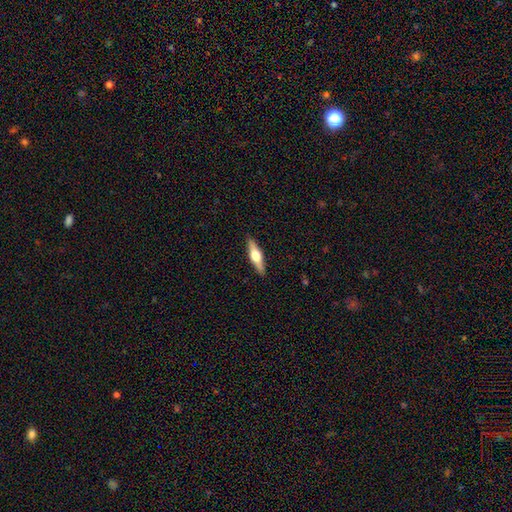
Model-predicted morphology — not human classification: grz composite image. It shows a featured or disk galaxy (58%) viewed edge-on (95%) with a rounded central bulge (95%). Merging: none (90%).